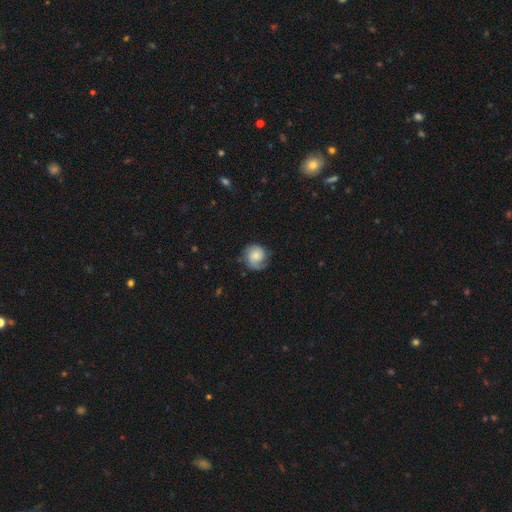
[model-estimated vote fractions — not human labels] Smooth or featured? smooth (46%, tied with featured or disk)
Merging? none (65%)